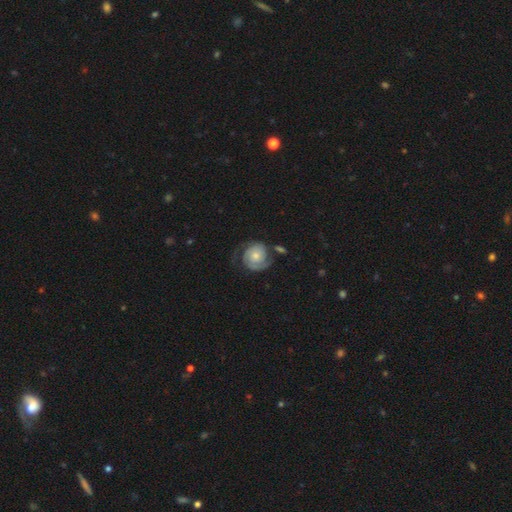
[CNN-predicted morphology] The model was most divided on "bulge size": moderate: 48%, small: 40%, large: 7%, none: 4%, dominant: 2%. More confident: edge-on disk — no (98%); spiral arms — yes (95%); spiral arm count — 2 (82%); smooth or featured — featured or disk (79%); bar — no (78%); merging — none (62%); spiral winding — tight (56%).